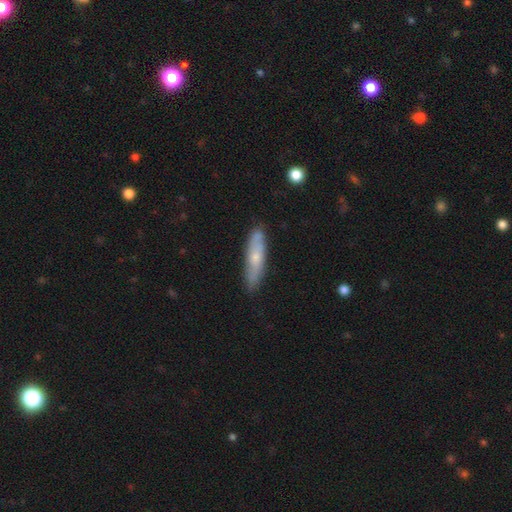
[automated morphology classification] Q: Smooth or featured?
A: smooth (50%); runner-up: featured or disk (44%)
Q: How rounded?
A: cigar-shaped (75%); runner-up: in between (23%)
Q: Merging?
A: none (81%); runner-up: minor disturbance (14%)